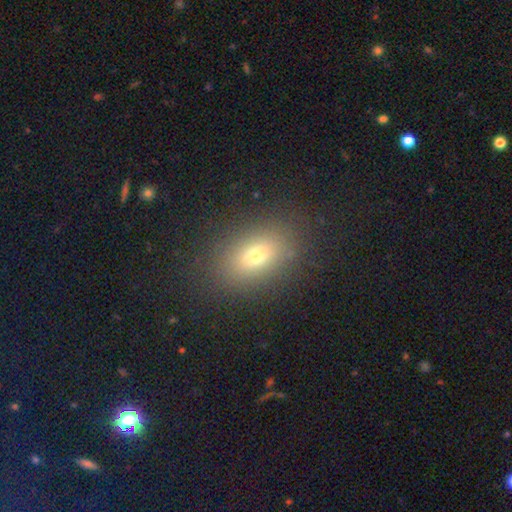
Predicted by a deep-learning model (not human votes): smooth_or_featured: smooth (p=0.71) [alt: star or artifact p=0.15]
how_rounded: in between (p=0.78) [alt: round p=0.19]
merging: none (p=0.86) [alt: minor disturbance p=0.08]